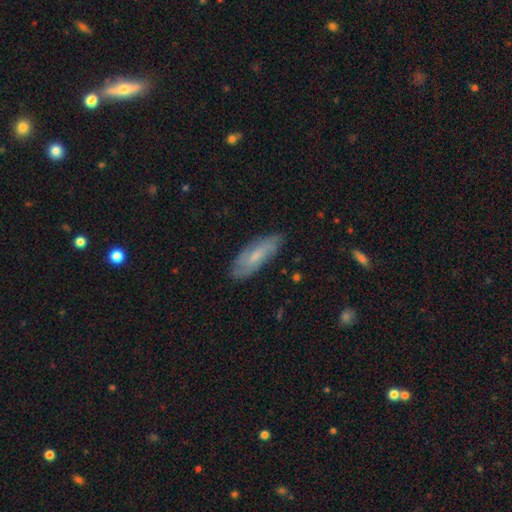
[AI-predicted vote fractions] smooth-or-featured: smooth: 47% | featured or disk: 45% | star or artifact: 7%
  merging: none: 79% | minor disturbance: 16% | major disturbance: 3% | merger: 1%